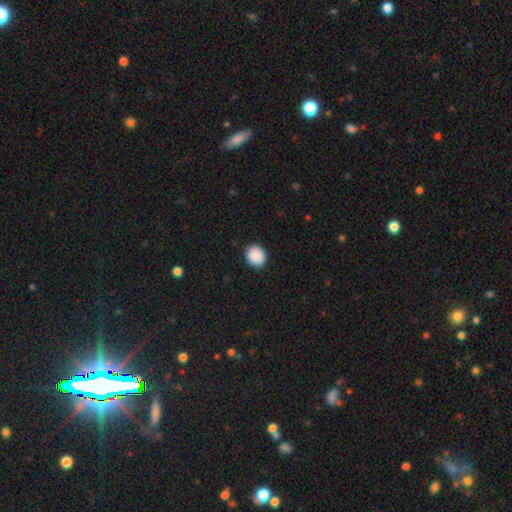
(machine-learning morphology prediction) Smooth or featured?
  - smooth: 90% *
  - star or artifact: 7%
  - featured or disk: 3%
How rounded?
  - round: 71% *
  - in between: 28%
  - cigar-shaped: 1%
Merging?
  - none: 89% *
  - minor disturbance: 8%
  - major disturbance: 2%
  - merger: 1%